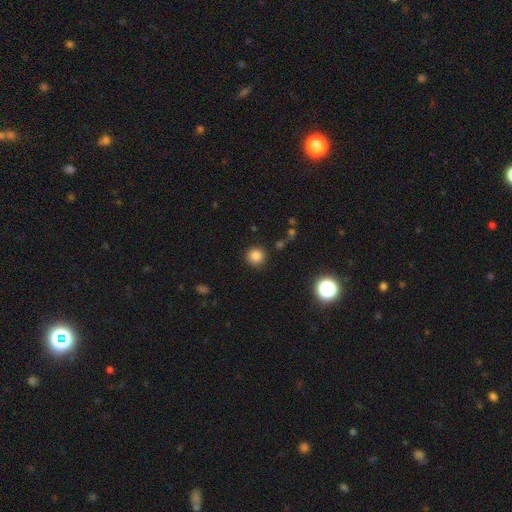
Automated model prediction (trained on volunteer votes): A smooth galaxy with no disk features (83%) that is round (93%).

Vote fractions:
- Smooth or featured? smooth: 83% / star or artifact: 13% / featured or disk: 4%
- How rounded? round: 93% / in between: 6% / cigar-shaped: 1%
- Merging? none: 88% / minor disturbance: 7% / major disturbance: 3% / merger: 2%